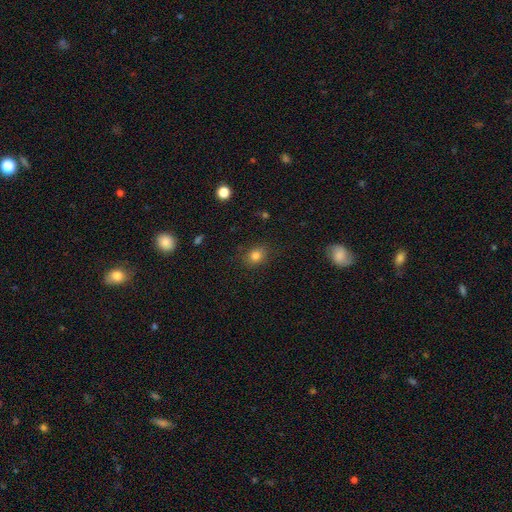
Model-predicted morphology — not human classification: A smooth galaxy with no disk features (81%) that is round (55%).

Vote fractions:
- Smooth or featured? smooth: 81% / star or artifact: 13% / featured or disk: 6%
- How rounded? round: 55% / in between: 44% / cigar-shaped: 1%
- Merging? none: 83% / minor disturbance: 12% / major disturbance: 3% / merger: 1%